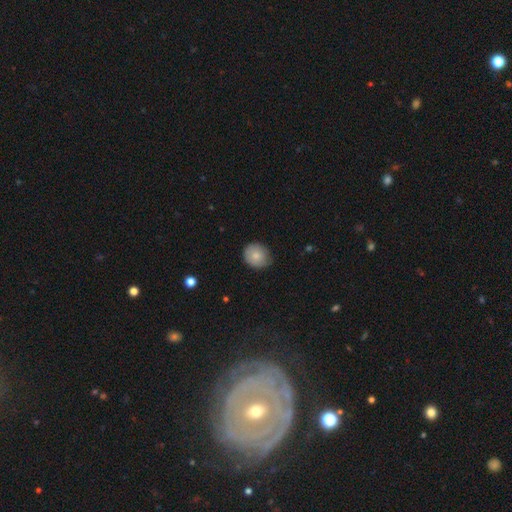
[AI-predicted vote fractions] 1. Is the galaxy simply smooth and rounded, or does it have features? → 80% smooth, 12% featured or disk, 8% star or artifact.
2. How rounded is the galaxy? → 74% round, 25% in between, 1% cigar-shaped.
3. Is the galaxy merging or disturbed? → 74% none, 22% minor disturbance, 3% major disturbance, 1% merger.